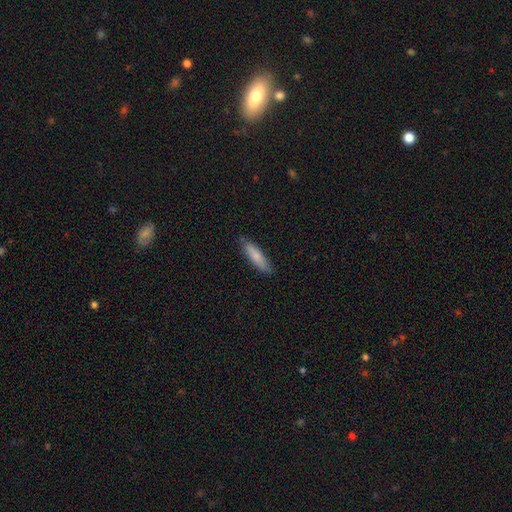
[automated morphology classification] This is likely a smooth galaxy (80%). How rounded: likely cigar-shaped (72%). Merging: clearly none (85%).